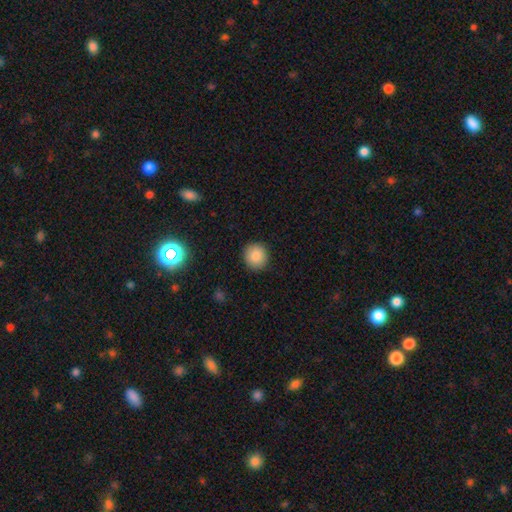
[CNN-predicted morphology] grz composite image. It shows a smooth galaxy with no disk features (85%) that is round (90%). Merging: none (90%).